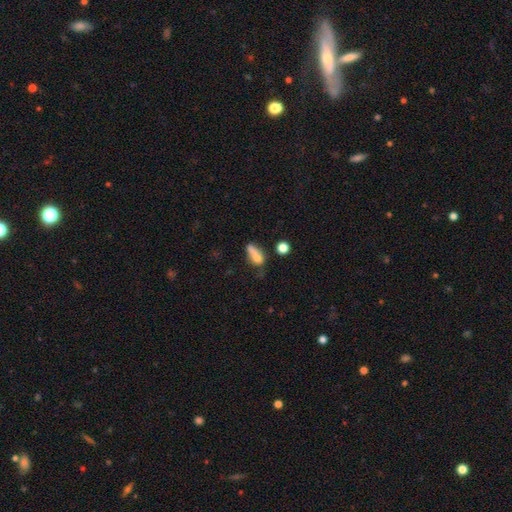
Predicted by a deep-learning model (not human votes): Q: Smooth or featured?
A: smooth (67%); runner-up: featured or disk (21%)
Q: How rounded?
A: in between (62%); runner-up: round (22%)
Q: Merging?
A: merger (40%); runner-up: none (27%)